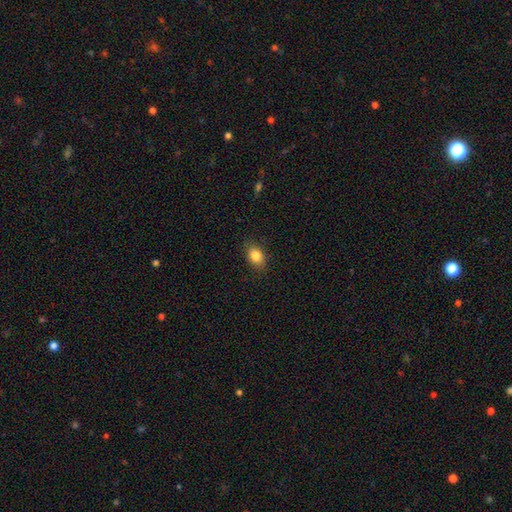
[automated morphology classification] The model was most divided on "how rounded": in between: 80%, round: 18%, cigar-shaped: 2%. More confident: merging — none (85%); smooth or featured — smooth (84%).